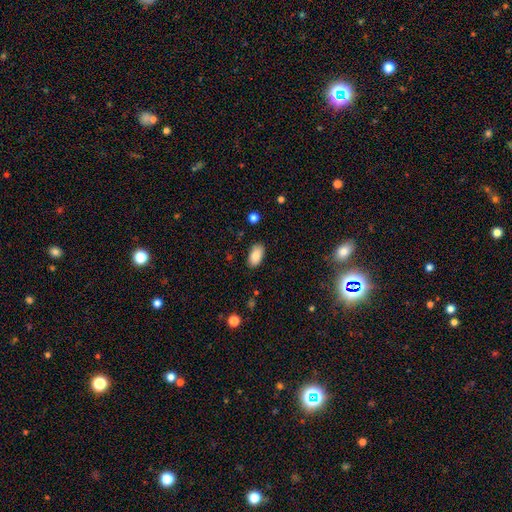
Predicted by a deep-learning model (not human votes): smooth 88%, star or artifact 7%, featured or disk 5%. Down the decision tree: how rounded — in between (94%); merging — none (85%).